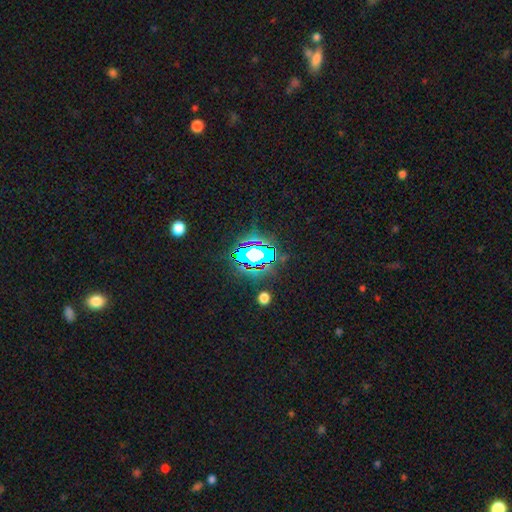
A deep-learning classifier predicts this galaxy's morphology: Smooth or featured: star or artifact — 58% (smooth — 26%)